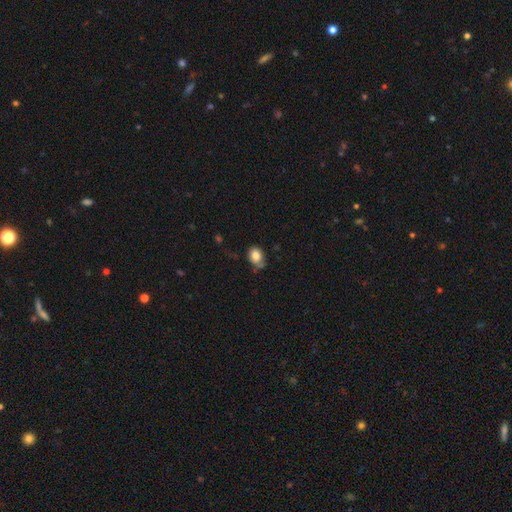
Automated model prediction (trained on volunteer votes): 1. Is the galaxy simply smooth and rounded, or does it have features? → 82% smooth, 9% featured or disk, 9% star or artifact.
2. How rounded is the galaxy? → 60% in between, 39% round, 1% cigar-shaped.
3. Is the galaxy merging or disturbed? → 57% none, 31% minor disturbance, 8% major disturbance, 5% merger.